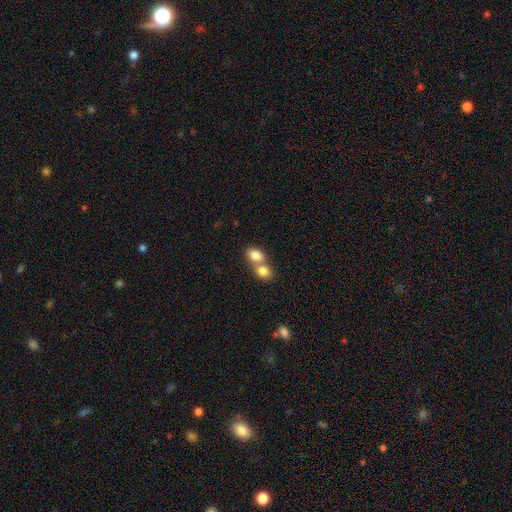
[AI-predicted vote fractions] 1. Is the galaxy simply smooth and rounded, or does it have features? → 83% smooth, 9% featured or disk, 8% star or artifact.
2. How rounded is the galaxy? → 76% in between, 23% round, 2% cigar-shaped.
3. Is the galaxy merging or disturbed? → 64% merger, 27% none, 6% minor disturbance, 3% major disturbance.